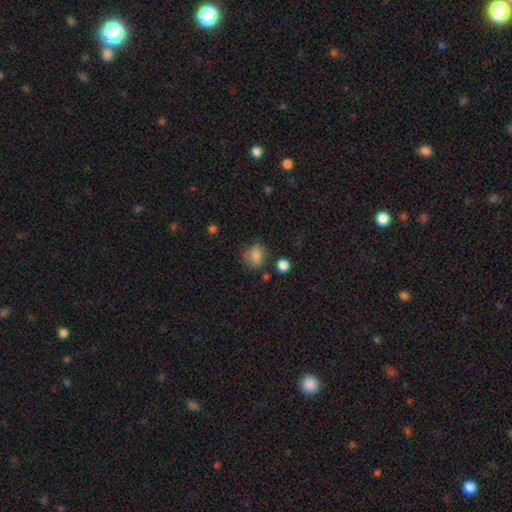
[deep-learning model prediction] A smooth galaxy with no disk features (82%) that is round (69%).

Vote fractions:
- Smooth or featured? smooth: 82% / star or artifact: 11% / featured or disk: 7%
- How rounded? round: 69% / in between: 30% / cigar-shaped: 1%
- Merging? none: 66% / minor disturbance: 21% / major disturbance: 7% / merger: 5%